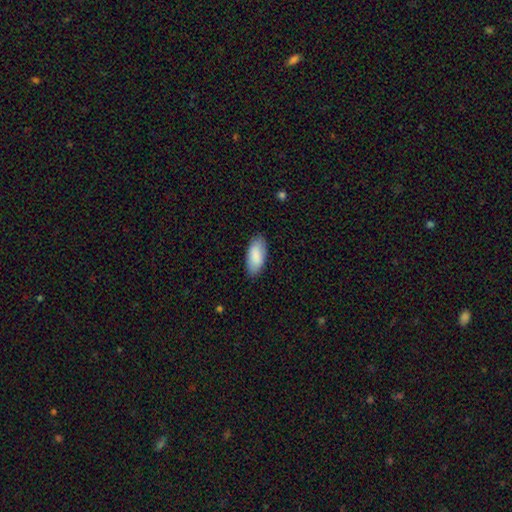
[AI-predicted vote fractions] Smooth or featured? Predicted: smooth (p=0.88). How rounded? Predicted: in between (p=0.89). Merging? Predicted: none (p=0.87).